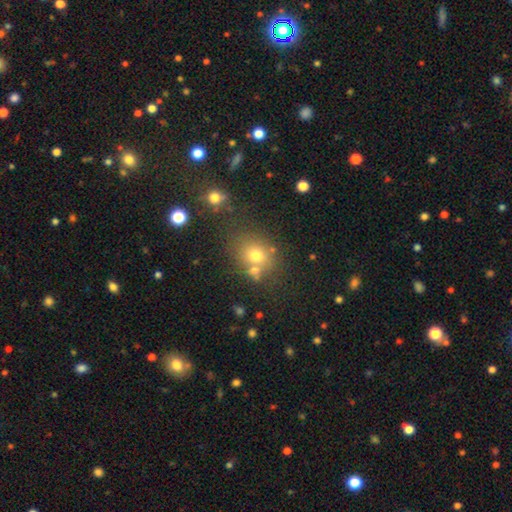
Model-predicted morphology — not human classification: This is likely a smooth galaxy (69%). How rounded: likely round (68%). Merging: likely none (63%).